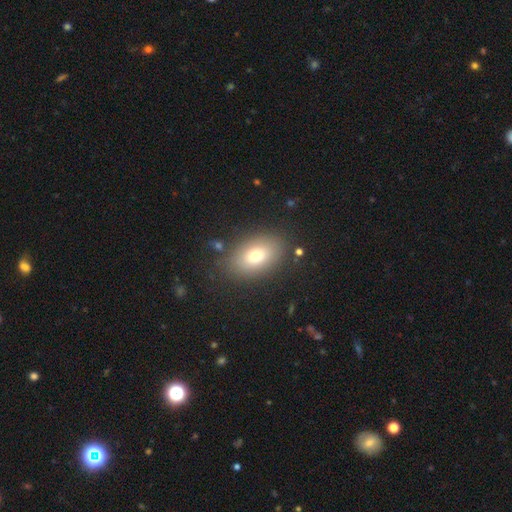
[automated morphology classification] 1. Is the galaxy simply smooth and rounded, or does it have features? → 74% smooth, 15% featured or disk, 11% star or artifact.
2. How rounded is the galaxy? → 83% in between, 15% round, 2% cigar-shaped.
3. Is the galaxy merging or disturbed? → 83% none, 11% minor disturbance, 4% major disturbance, 2% merger.